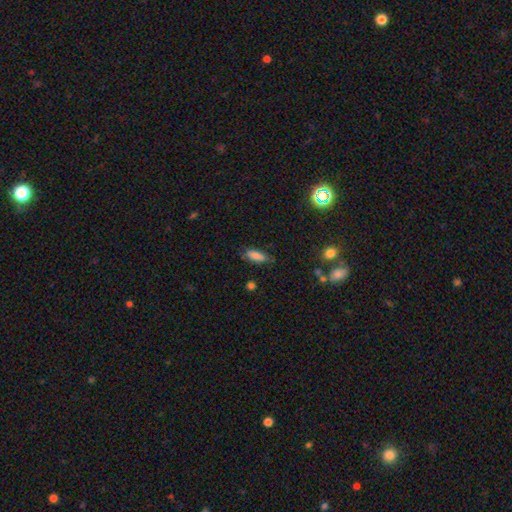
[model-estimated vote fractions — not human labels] Smooth or featured? Predicted: smooth (p=0.78). How rounded? Predicted: in between (p=0.71). Merging? Predicted: none (p=0.72).